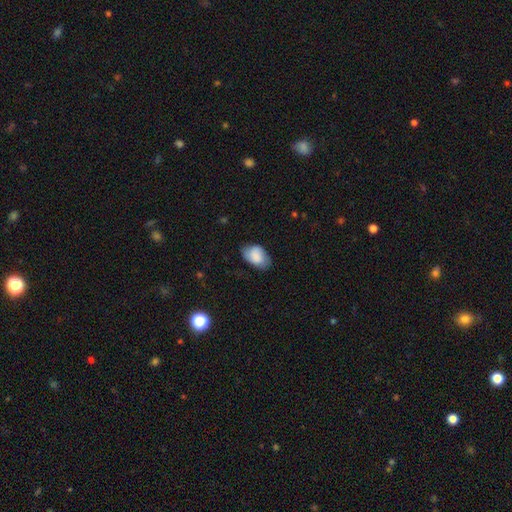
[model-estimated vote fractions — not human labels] The model was most divided on "merging": none: 67%, minor disturbance: 26%, major disturbance: 6%, merger: 1%. More confident: how rounded — in between (90%); smooth or featured — smooth (75%).